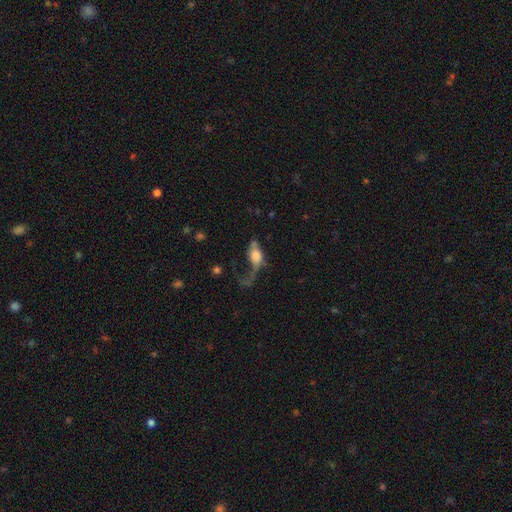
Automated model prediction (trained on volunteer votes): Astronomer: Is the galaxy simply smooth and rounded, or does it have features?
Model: smooth — 49% (runner-up: featured or disk, 43%).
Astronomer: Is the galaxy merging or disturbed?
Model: major disturbance — 59%.